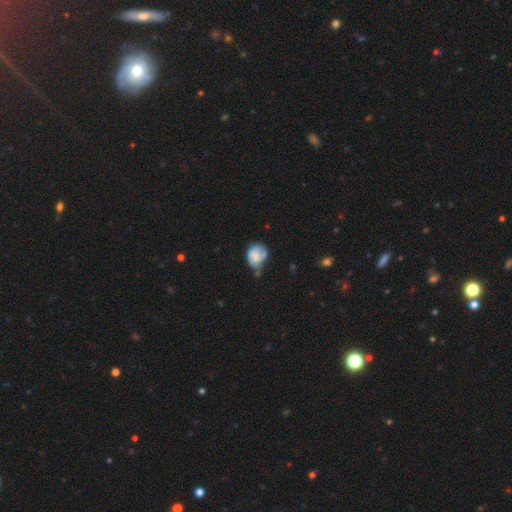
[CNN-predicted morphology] type=smooth (65%); roundness=round (53%); merging=minor disturbance (35%, tied with none).